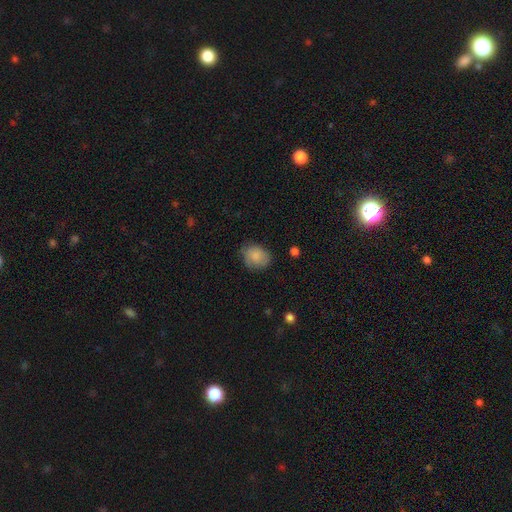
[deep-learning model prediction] Overall: smooth (82%). How rounded: in between (55%; round 44%). Merging: none (66%; minor disturbance 26%).